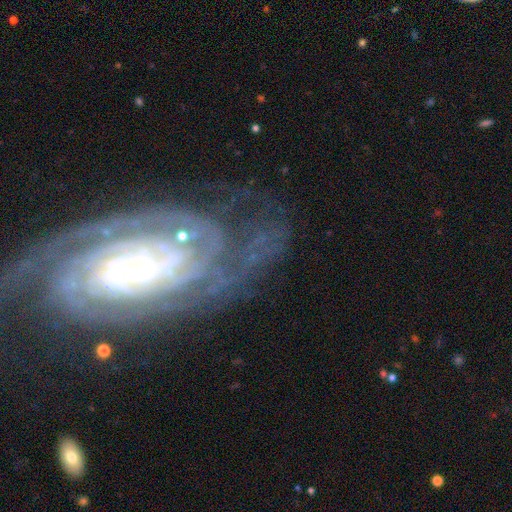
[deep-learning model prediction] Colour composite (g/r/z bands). It shows a featured or disk galaxy (87%) with no bar (65%), tight (76%) spiral arms (97%) and a small central bulge (78%). Merging: none (66%).